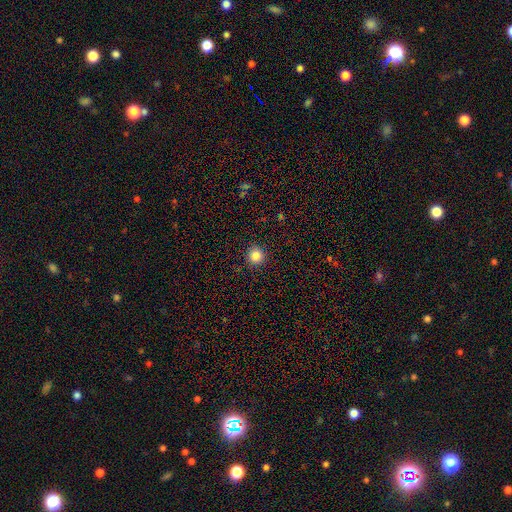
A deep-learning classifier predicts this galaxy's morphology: Overall: smooth (85%). How rounded: round (94%). Merging: none (92%).